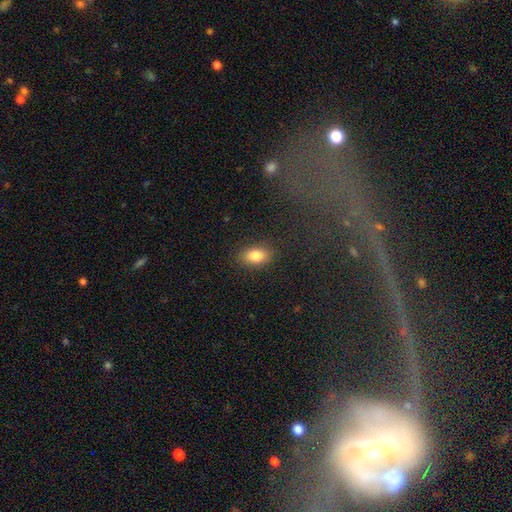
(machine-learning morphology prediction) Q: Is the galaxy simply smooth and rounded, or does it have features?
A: smooth — 83%.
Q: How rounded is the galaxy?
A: in between — 87%.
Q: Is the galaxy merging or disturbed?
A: none — 85%.